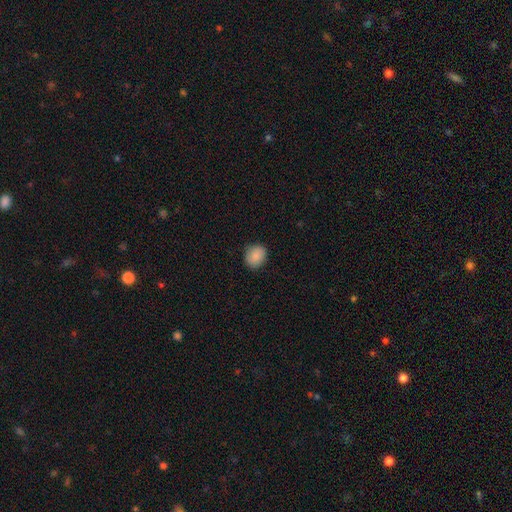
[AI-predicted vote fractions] This appears to be a smooth galaxy with no disk features (88%) that is round (68%). Merging: none (85%).